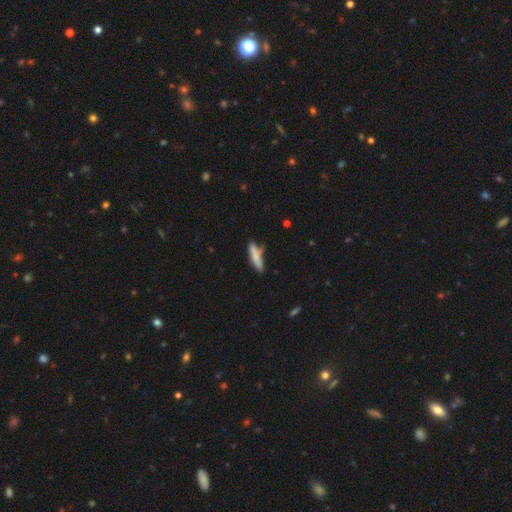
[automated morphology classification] The model was most divided on "merging": none: 55%, minor disturbance: 25%, merger: 12%, major disturbance: 8%. More confident: how rounded — cigar-shaped (72%); smooth or featured — smooth (71%).